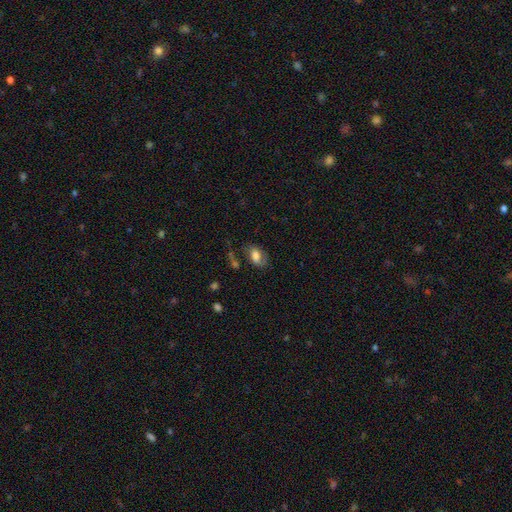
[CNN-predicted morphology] The model was most divided on "smooth or featured": smooth: 61%, featured or disk: 30%, star or artifact: 9%. More confident: how rounded — in between (87%); merging — none (55%).